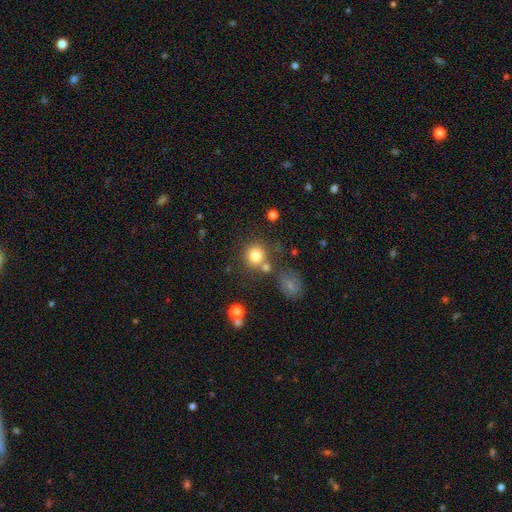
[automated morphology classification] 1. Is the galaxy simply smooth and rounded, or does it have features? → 79% smooth, 12% star or artifact, 9% featured or disk.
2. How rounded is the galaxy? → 88% round, 11% in between, 1% cigar-shaped.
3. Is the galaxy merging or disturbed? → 65% none, 19% merger, 10% minor disturbance, 5% major disturbance.